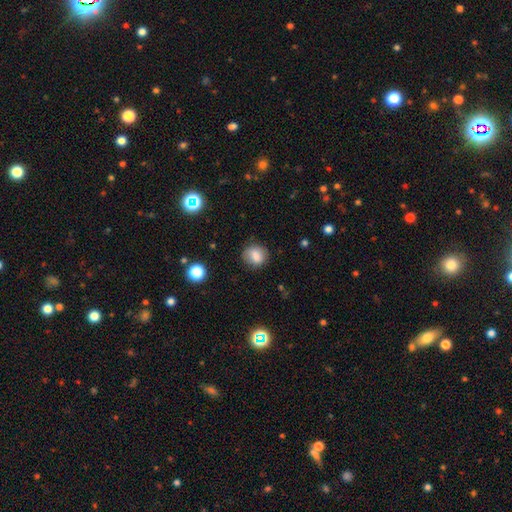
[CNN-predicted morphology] The model was most divided on "how rounded": round: 76%, in between: 23%, cigar-shaped: 1%. More confident: smooth or featured — smooth (81%); merging — none (78%).